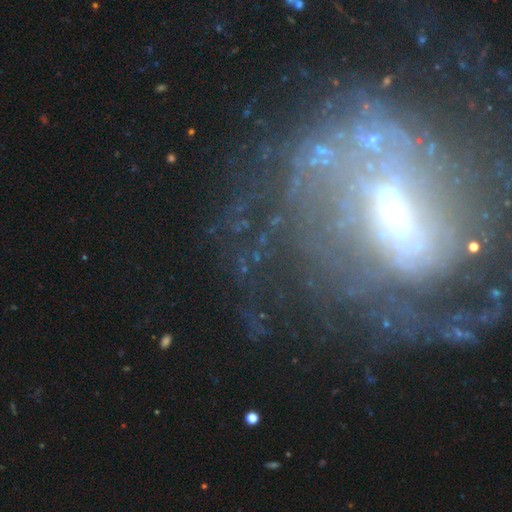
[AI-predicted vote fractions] featured or disk 70%, star or artifact 18%, smooth 12%. Down the decision tree: edge-on disk — no (88%); bar — strong (41%); spiral arms — yes (53%); bulge size — moderate (43%); merging — none (43%).